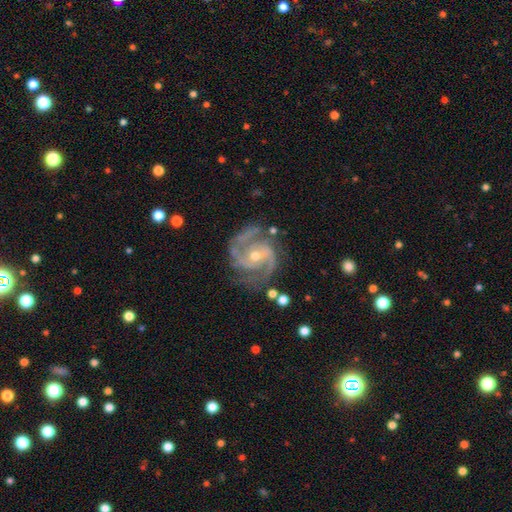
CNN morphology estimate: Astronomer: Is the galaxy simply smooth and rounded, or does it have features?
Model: featured or disk — 92%.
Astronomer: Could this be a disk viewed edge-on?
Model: no — 98%.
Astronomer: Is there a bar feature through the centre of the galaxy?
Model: no — 47% (runner-up: weak, 36%).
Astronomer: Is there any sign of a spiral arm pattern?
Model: yes — 98%.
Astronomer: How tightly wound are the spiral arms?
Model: medium — 54% (runner-up: tight, 38%).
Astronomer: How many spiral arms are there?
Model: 2 — 58%.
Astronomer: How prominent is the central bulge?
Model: small — 52% (runner-up: moderate, 45%).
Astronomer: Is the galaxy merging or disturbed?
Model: none — 73%.